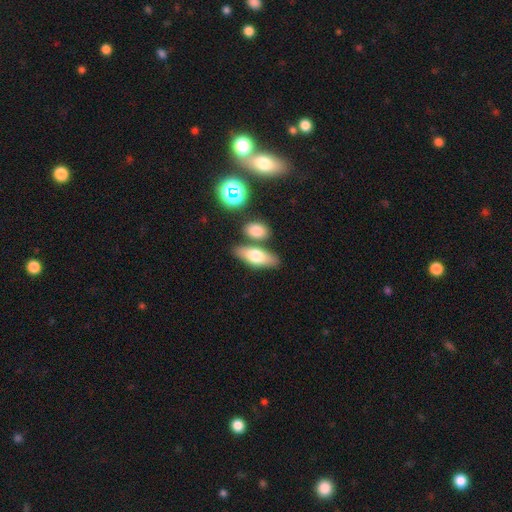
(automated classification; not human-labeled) Q: Smooth or featured?
A: smooth (67%); runner-up: featured or disk (25%)
Q: How rounded?
A: in between (71%); runner-up: cigar-shaped (24%)
Q: Merging?
A: none (70%); runner-up: merger (16%)